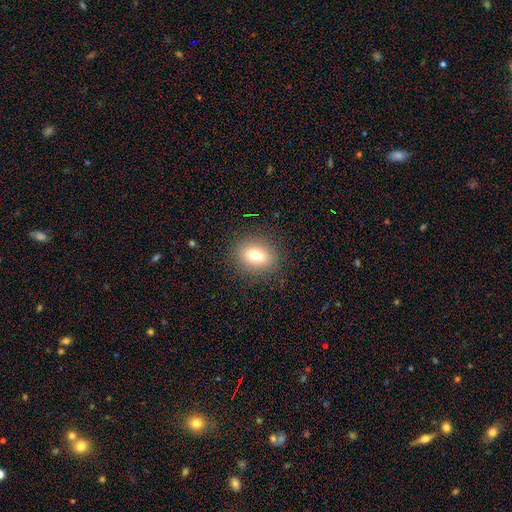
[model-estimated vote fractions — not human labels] Smooth or featured? Predicted: smooth (p=0.74). How rounded? Predicted: in between (p=0.58). Merging? Predicted: none (p=0.86).